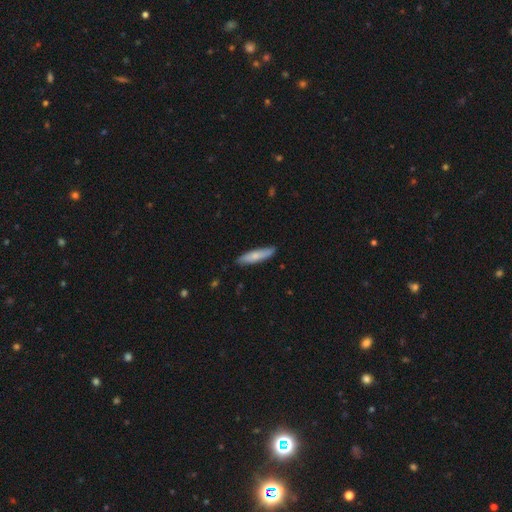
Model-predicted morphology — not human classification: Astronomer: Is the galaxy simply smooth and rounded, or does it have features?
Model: smooth — 71%.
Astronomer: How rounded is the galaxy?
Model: cigar-shaped — 78%.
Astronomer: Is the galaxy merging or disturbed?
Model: none — 85%.